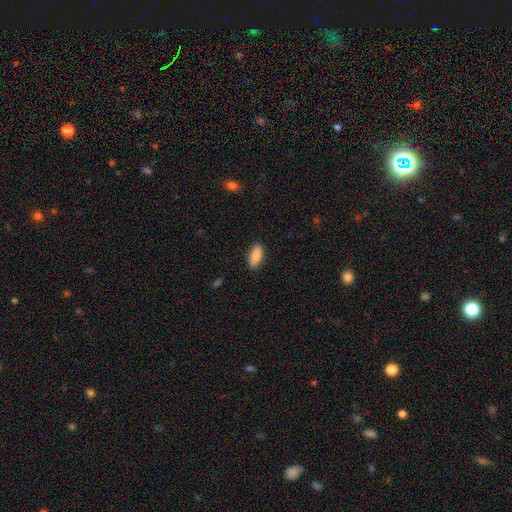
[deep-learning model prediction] Q: Smooth or featured?
A: smooth (87%); runner-up: featured or disk (7%)
Q: How rounded?
A: in between (86%); runner-up: cigar-shaped (12%)
Q: Merging?
A: none (87%); runner-up: minor disturbance (9%)